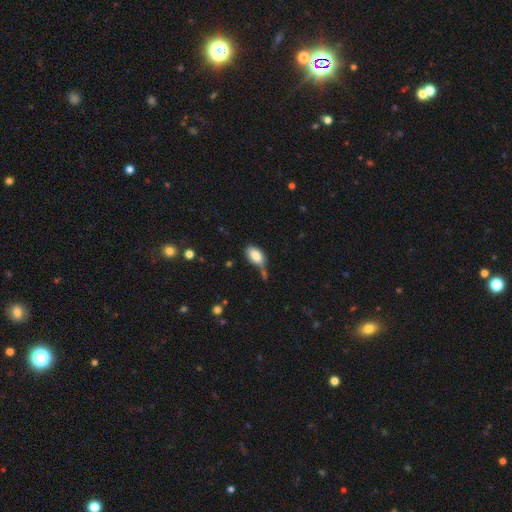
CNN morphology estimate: smooth-or-featured: smooth: 83% | featured or disk: 9% | star or artifact: 8%
  how-rounded: in between: 92% | round: 6% | cigar-shaped: 2%
  merging: none: 49% | minor disturbance: 27% | merger: 15% | major disturbance: 10%